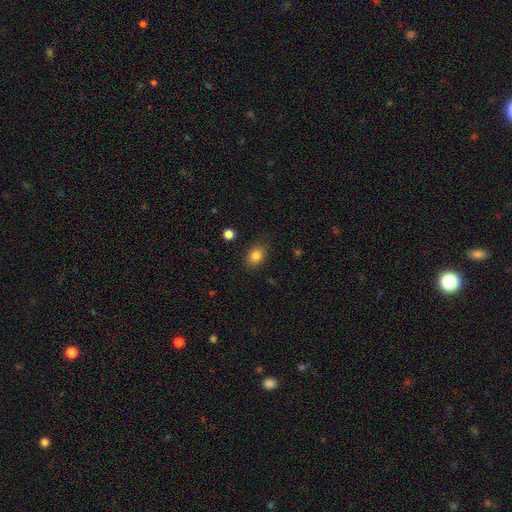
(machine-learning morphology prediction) Smooth or featured: smooth — 84% (star or artifact — 10%)
How rounded: in between — 70% (round — 29%)
Merging: none — 84% (minor disturbance — 11%)